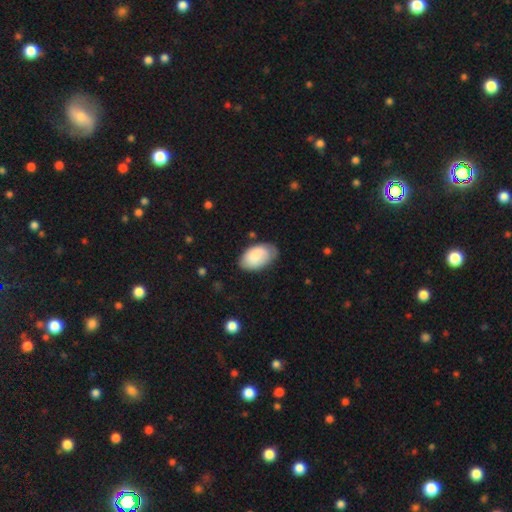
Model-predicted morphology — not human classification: This is clearly a smooth galaxy (81%). How rounded: clearly in between (94%). Merging: likely none (70%).